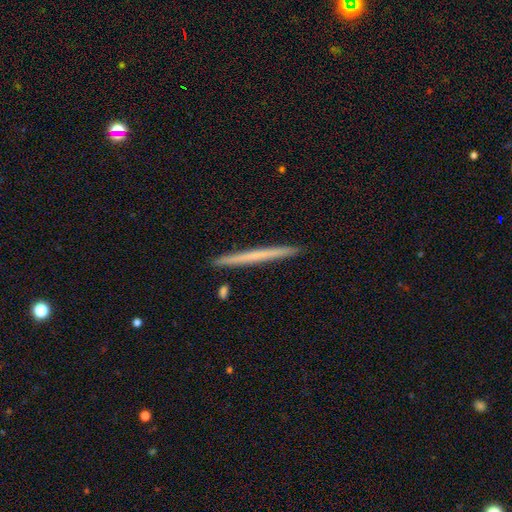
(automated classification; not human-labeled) This is possibly a smooth galaxy (50%). Merging: clearly none (93%).